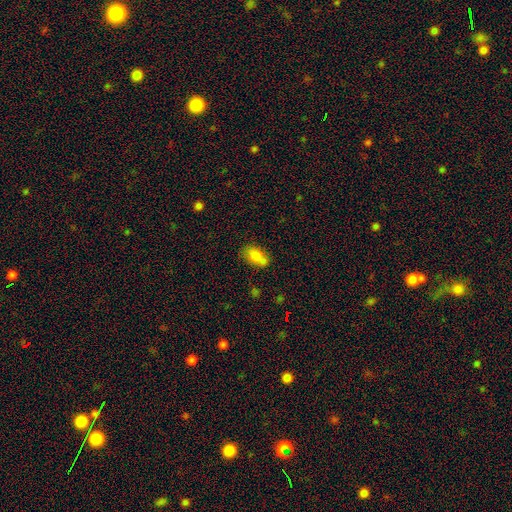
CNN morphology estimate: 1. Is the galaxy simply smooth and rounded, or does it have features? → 79% smooth, 12% featured or disk, 9% star or artifact.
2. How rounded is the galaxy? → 84% in between, 13% round, 3% cigar-shaped.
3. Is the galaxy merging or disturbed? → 54% none, 22% merger, 19% minor disturbance, 5% major disturbance.